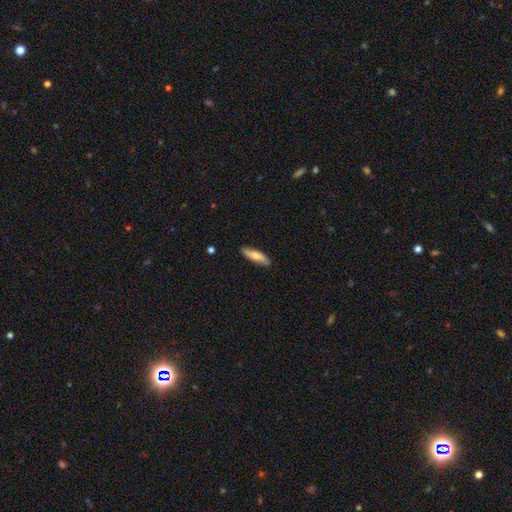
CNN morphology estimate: smooth 72%, featured or disk 23%, star or artifact 5%. Down the decision tree: how rounded — cigar-shaped (61%); merging — none (88%).